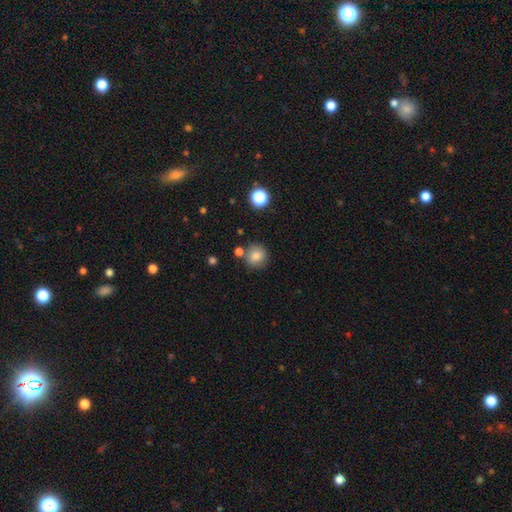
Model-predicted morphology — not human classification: A smooth galaxy with no disk features (81%) that is round (91%).

Vote fractions:
- Smooth or featured? smooth: 81% / star or artifact: 12% / featured or disk: 8%
- How rounded? round: 91% / in between: 8% / cigar-shaped: 1%
- Merging? none: 77% / minor disturbance: 10% / merger: 10% / major disturbance: 3%